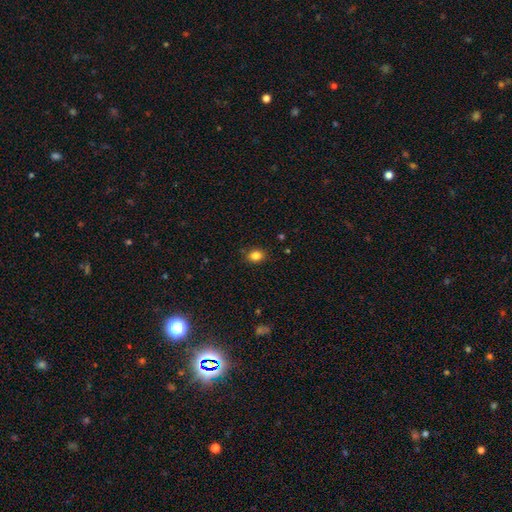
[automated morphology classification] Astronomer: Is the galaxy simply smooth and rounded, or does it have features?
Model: smooth — 85%.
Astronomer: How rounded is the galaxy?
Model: in between — 53% (runner-up: round, 45%).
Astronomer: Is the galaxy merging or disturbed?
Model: none — 86%.